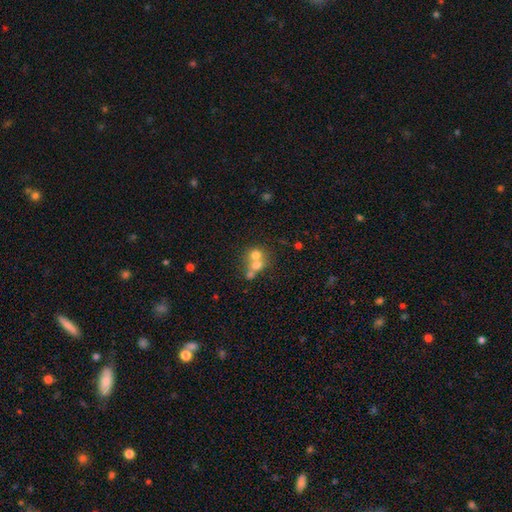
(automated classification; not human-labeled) This appears to be a smooth galaxy with no disk features (62%) that is round (75%). Merging: merger (62%).